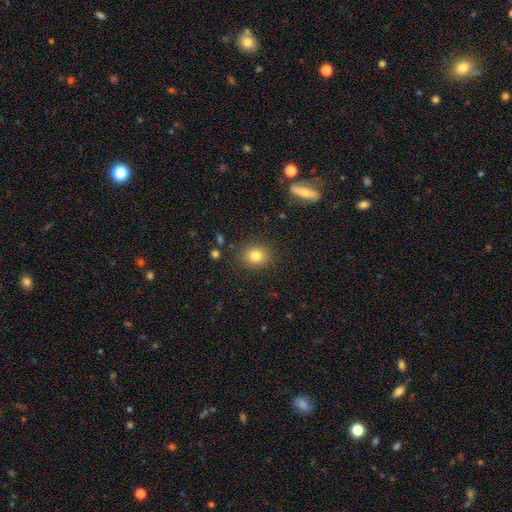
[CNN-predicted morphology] A smooth galaxy with no disk features (80%) that is round (73%).

Vote fractions:
- Smooth or featured? smooth: 80% / star or artifact: 12% / featured or disk: 8%
- How rounded? round: 73% / in between: 26% / cigar-shaped: 1%
- Merging? none: 87% / minor disturbance: 8% / major disturbance: 3% / merger: 2%